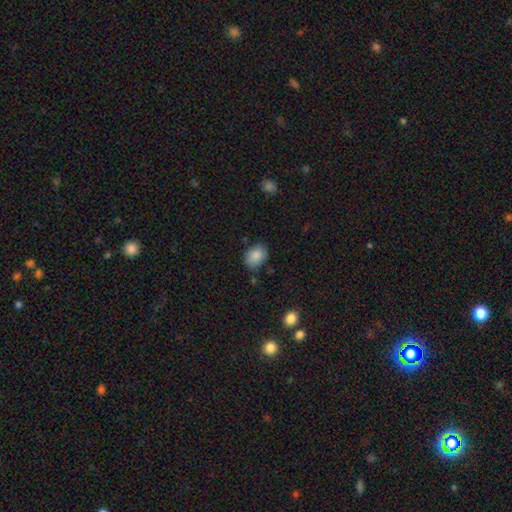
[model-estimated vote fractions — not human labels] Smooth or featured? Predicted: smooth (p=0.87). How rounded? Predicted: in between (p=0.66). Merging? Predicted: none (p=0.73).